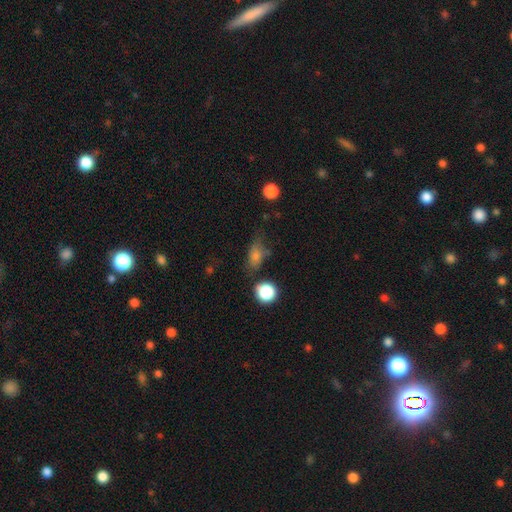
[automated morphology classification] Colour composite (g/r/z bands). It shows a smooth galaxy with no disk features (69%) that is in between round and cigar-shaped (71%). Merging: none (51%).